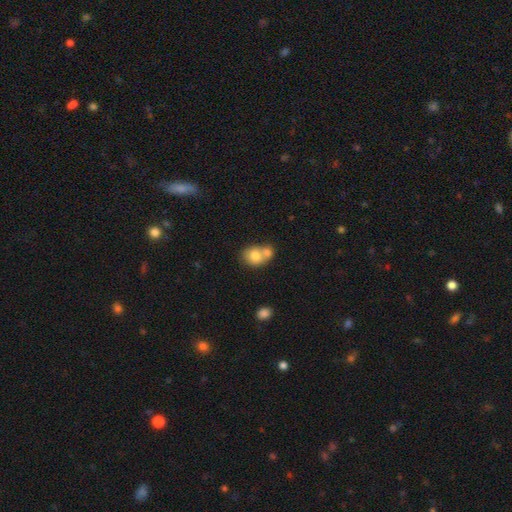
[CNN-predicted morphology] The model was most divided on "how rounded": round: 61%, in between: 38%, cigar-shaped: 1%. More confident: smooth or featured — smooth (76%); merging — merger (61%).